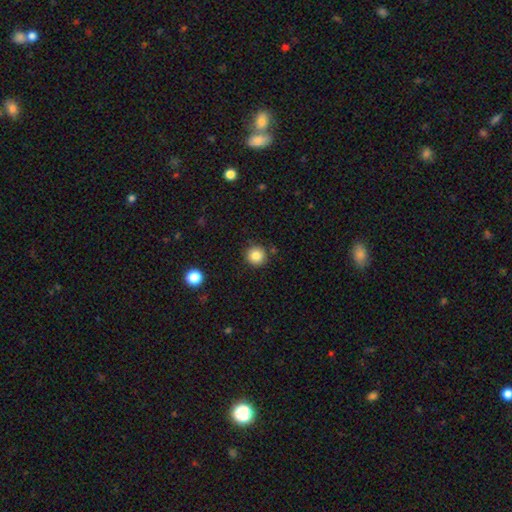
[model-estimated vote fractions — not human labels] Smooth or featured? Predicted: smooth (p=0.85). How rounded? Predicted: round (p=0.95). Merging? Predicted: none (p=0.89).